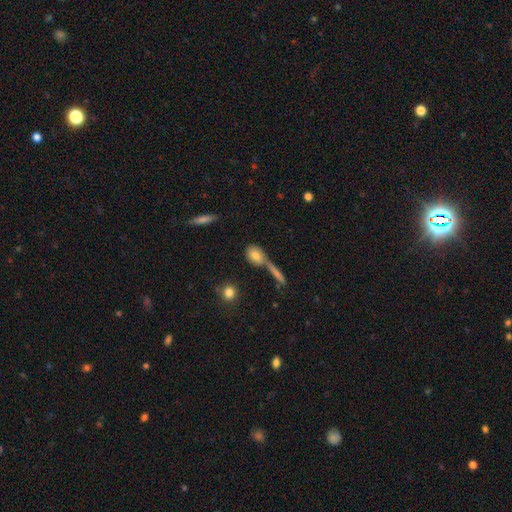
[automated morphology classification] smooth_or_featured: smooth (p=0.74) [alt: featured or disk p=0.16]
how_rounded: in between (p=0.60) [alt: round p=0.25]
merging: none (p=0.50) [alt: merger p=0.33]